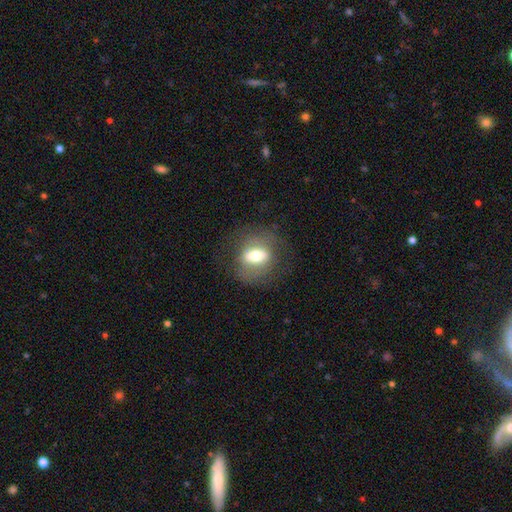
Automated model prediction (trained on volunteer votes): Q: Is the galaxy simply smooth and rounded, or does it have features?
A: smooth — 48%.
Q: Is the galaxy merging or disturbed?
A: none — 72%.